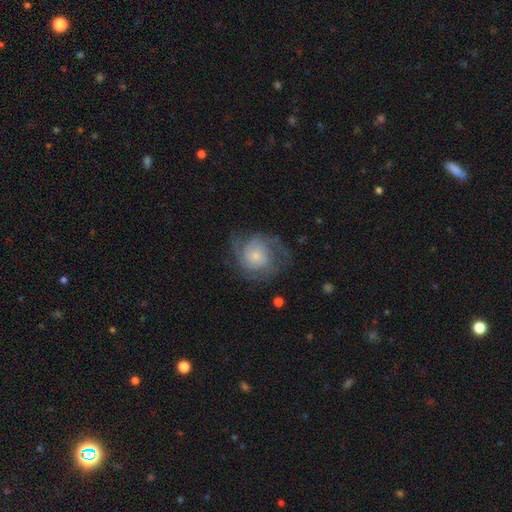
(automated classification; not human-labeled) A featured or disk galaxy (75%) with no bar (76%), tight (51%) spiral arms (93%) and a small central bulge (66%).

Vote fractions:
- Smooth or featured? featured or disk: 75% / smooth: 18% / star or artifact: 7%
- Edge-on disk? no: 98% / yes: 2%
- Bar? no: 76% / weak: 21% / strong: 3%
- Spiral arms? yes: 93% / no: 7%
- Spiral winding? tight: 51% / medium: 37% / loose: 12%
- Spiral arm count? can't tell: 30% / 3: 26% / 2: 21% / 4: 11% / 1: 6% / more than 4: 6%
- Bulge size? small: 66% / moderate: 23% / none: 6% / large: 5% / dominant: 2%
- Merging? none: 66% / minor disturbance: 19% / major disturbance: 14% / merger: 1%